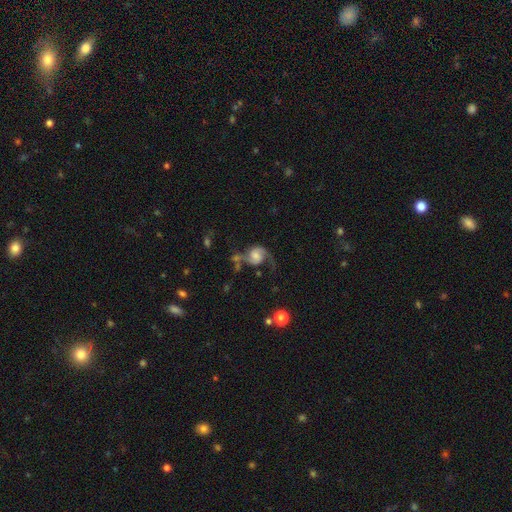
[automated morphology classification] smooth-or-featured: featured or disk: 74% | smooth: 18% | star or artifact: 8%
  disk-edge-on: no: 97% | yes: 3%
    bar: no: 61% | weak: 32% | strong: 7%
    has-spiral-arms: yes: 93% | no: 7%
      spiral-winding: loose: 58% | medium: 33% | tight: 9%
      spiral-arm-count: 2: 72% | 1: 23% | can't tell: 3% | 3: 1% | 4: 1% | more than 4: 1%
    bulge-size: moderate: 38% | small: 25% | large: 20% | none: 13% | dominant: 5%
  merging: none: 39% | major disturbance: 29% | minor disturbance: 18% | merger: 14%